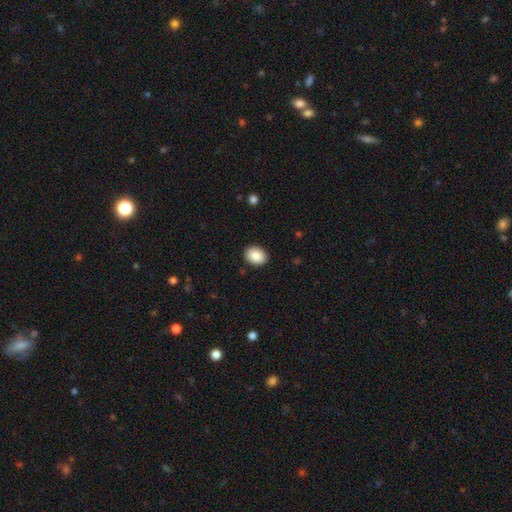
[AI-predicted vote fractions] A smooth galaxy with no disk features (89%) that is in between round and cigar-shaped (64%). Merging: none (90%).